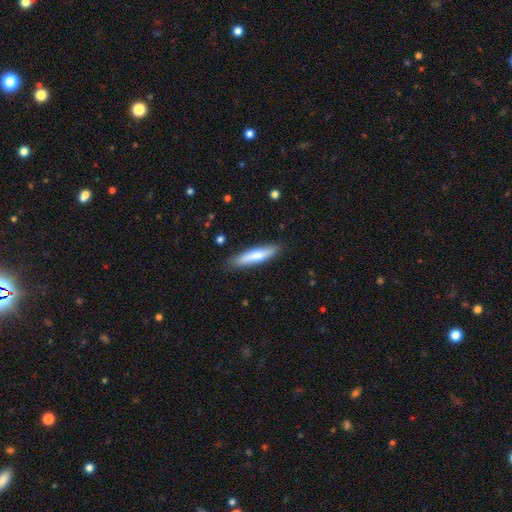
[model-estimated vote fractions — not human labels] smooth 74%, featured or disk 21%, star or artifact 5%. Down the decision tree: how rounded — cigar-shaped (82%); merging — none (86%).